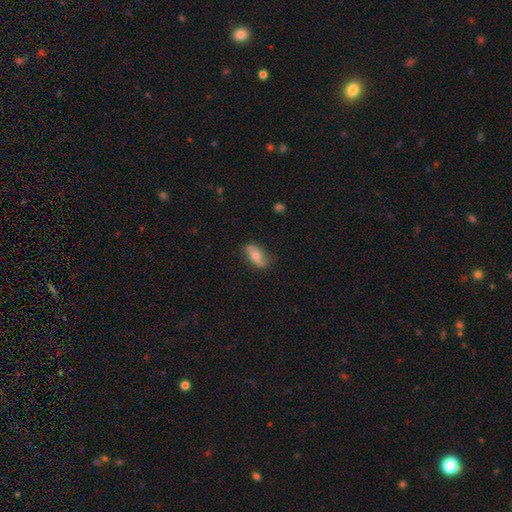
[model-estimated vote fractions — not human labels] Overall: smooth (55%; featured or disk 39%). How rounded: in between (78%). Merging: none (78%).